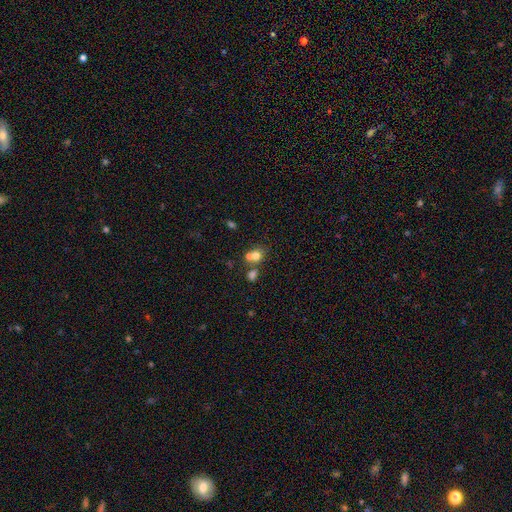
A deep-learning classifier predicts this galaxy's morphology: Q: Smooth or featured?
A: smooth (70%); runner-up: star or artifact (16%)
Q: How rounded?
A: round (76%); runner-up: in between (23%)
Q: Merging?
A: merger (46%); runner-up: none (42%)